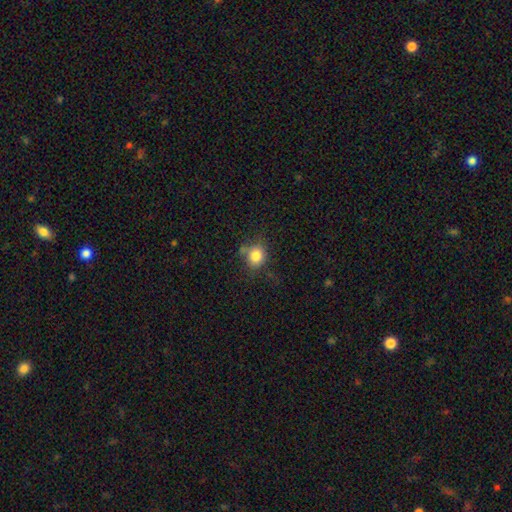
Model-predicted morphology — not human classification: Smooth or featured?
  - smooth: 81% *
  - star or artifact: 11%
  - featured or disk: 8%
How rounded?
  - round: 66% *
  - in between: 33%
  - cigar-shaped: 1%
Merging?
  - none: 61% *
  - minor disturbance: 24%
  - major disturbance: 9%
  - merger: 7%